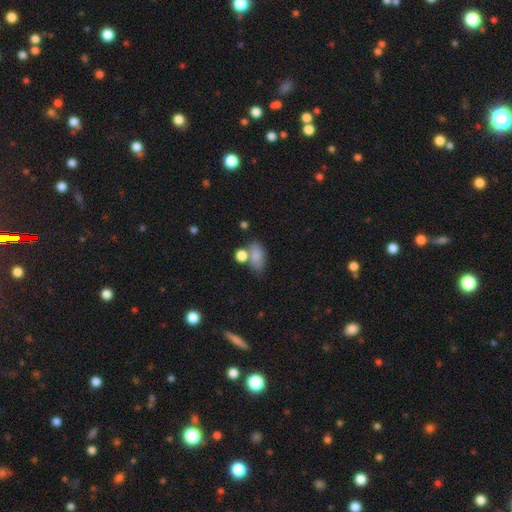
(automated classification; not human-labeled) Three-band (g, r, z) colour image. It shows a smooth galaxy with no disk features (80%) that is in between round and cigar-shaped (84%). Merging: none (48%).